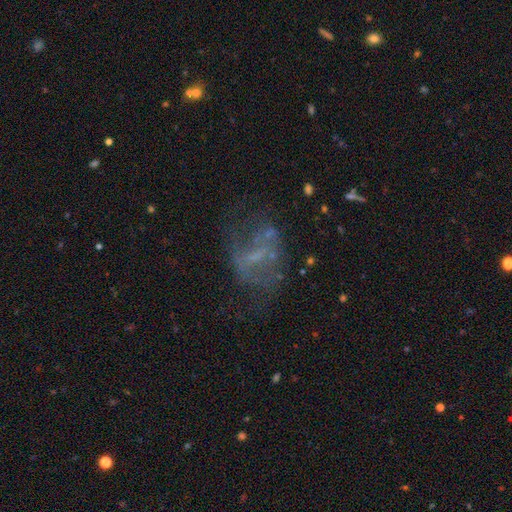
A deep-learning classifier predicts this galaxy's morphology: smooth_or_featured: featured or disk (p=0.58) [alt: smooth p=0.23]
disk_edge_on: no (p=0.96) [alt: yes p=0.04]
bar: no (p=0.55) [alt: weak p=0.33]
has_spiral_arms: no (p=0.67) [alt: yes p=0.33]
bulge_size: none (p=0.52) [alt: small p=0.34]
merging: none (p=0.44) [alt: major disturbance p=0.30]